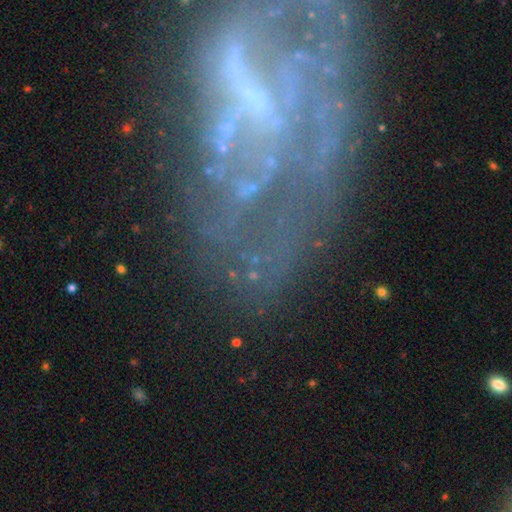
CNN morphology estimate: type=featured or disk (64%); edge-on=no (92%); bar=no (59%); spiral arms=no (62%); bulge=none (52%); merging=none (47%).